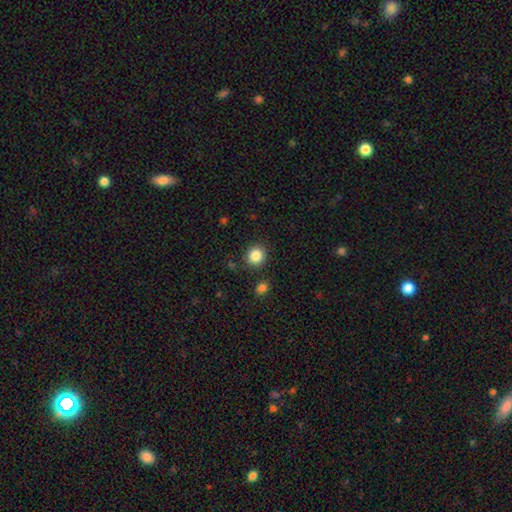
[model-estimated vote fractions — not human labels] Q: Smooth or featured?
A: smooth (86%); runner-up: star or artifact (10%)
Q: How rounded?
A: round (85%); runner-up: in between (14%)
Q: Merging?
A: none (87%); runner-up: minor disturbance (7%)